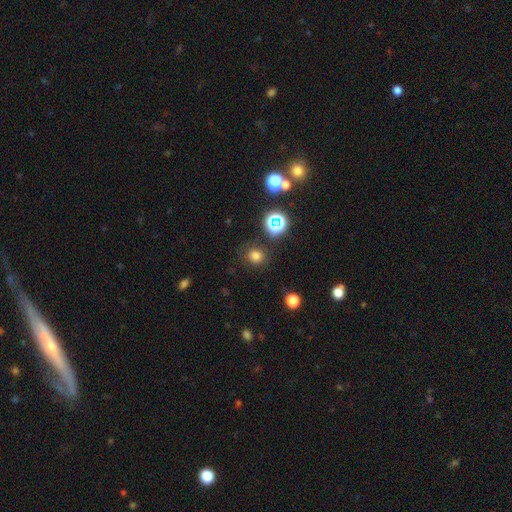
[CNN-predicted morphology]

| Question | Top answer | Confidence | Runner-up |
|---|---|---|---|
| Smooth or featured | smooth | 74% | star or artifact (20%) |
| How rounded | round | 81% | in between (18%) |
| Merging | none | 84% | minor disturbance (10%) |